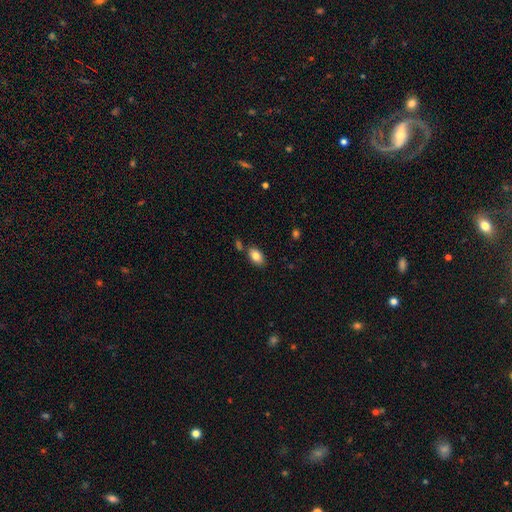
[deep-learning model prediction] smooth_or_featured: smooth (p=0.82) [alt: featured or disk p=0.10]
how_rounded: in between (p=0.91) [alt: round p=0.08]
merging: none (p=0.76) [alt: minor disturbance p=0.13]